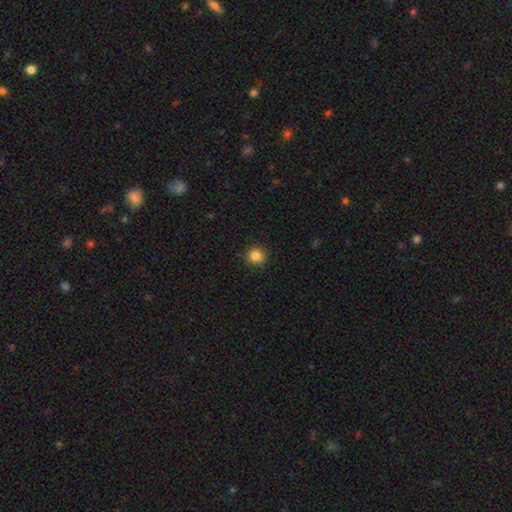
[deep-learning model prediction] Smooth or featured? smooth (86%)
How rounded? round (94%)
Merging? none (90%)